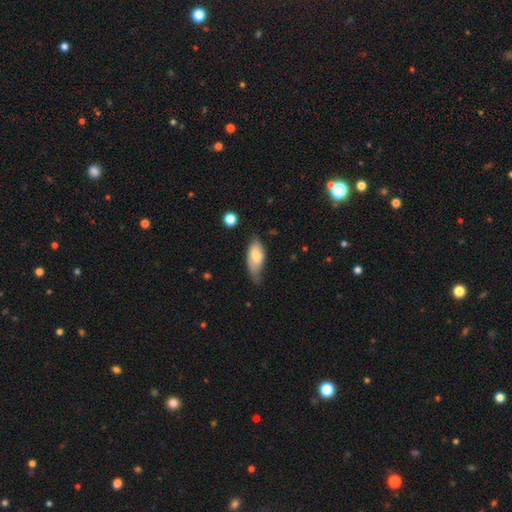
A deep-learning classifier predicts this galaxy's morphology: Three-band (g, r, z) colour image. It shows a smooth galaxy with no disk features (68%) that is in between round and cigar-shaped (85%). Merging: none (42%, tied with minor disturbance).